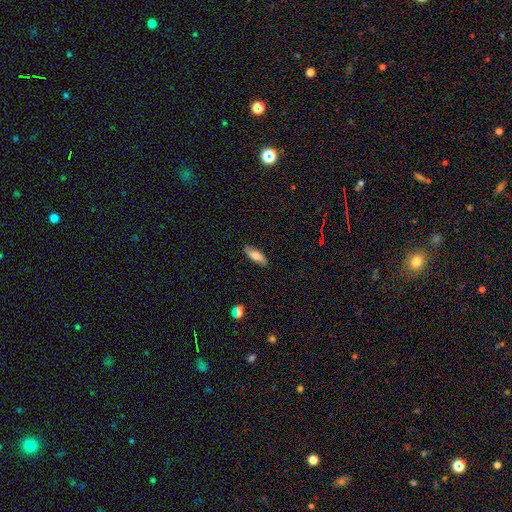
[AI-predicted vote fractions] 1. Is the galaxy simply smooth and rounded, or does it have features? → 75% smooth, 19% featured or disk, 7% star or artifact.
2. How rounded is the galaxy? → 61% in between, 36% cigar-shaped, 2% round.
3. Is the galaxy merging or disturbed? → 85% none, 11% minor disturbance, 2% major disturbance, 1% merger.